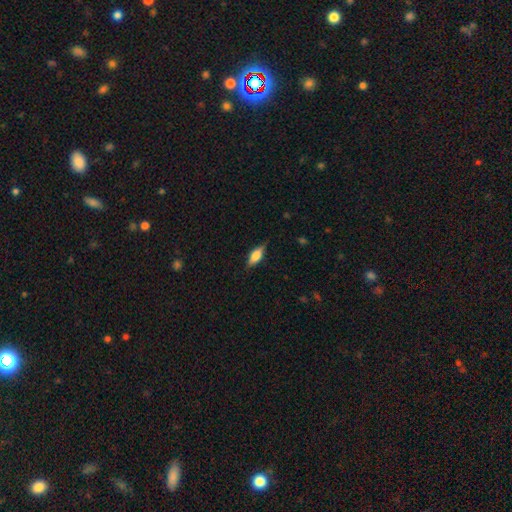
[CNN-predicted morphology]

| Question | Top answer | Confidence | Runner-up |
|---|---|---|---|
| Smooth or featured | smooth | 56% | featured or disk (37%) |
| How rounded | in between | 70% | cigar-shaped (27%) |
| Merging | none | 79% | minor disturbance (17%) |